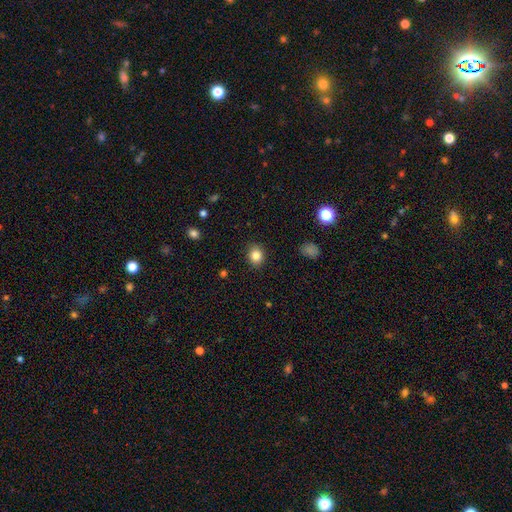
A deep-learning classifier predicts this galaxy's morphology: smooth 84%, star or artifact 10%, featured or disk 5%. Down the decision tree: how rounded — round (66%); merging — none (89%).